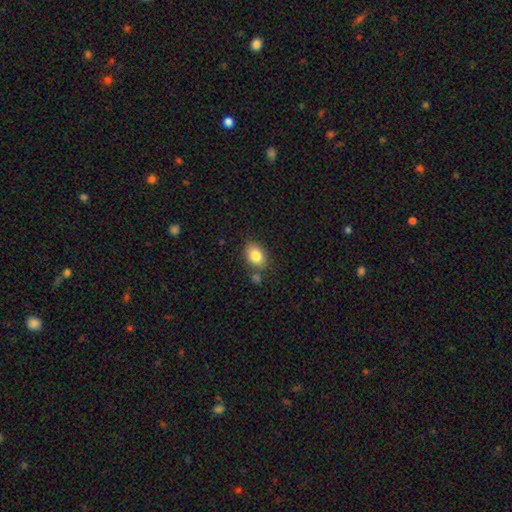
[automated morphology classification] This appears to be a smooth galaxy with no disk features (83%) that is in between round and cigar-shaped (76%). Merging: none (74%).